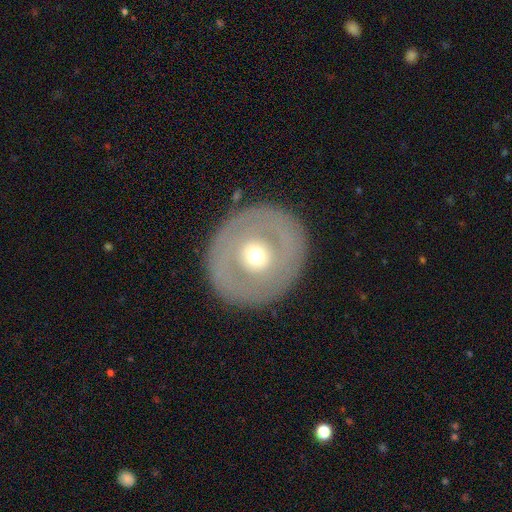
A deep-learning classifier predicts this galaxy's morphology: Smooth or featured?
  - featured or disk: 57% *
  - smooth: 37%
  - star or artifact: 6%
Edge-on disk?
  - no: 93% *
  - yes: 7%
Bar?
  - no: 80% *
  - weak: 14%
  - strong: 6%
Spiral arms?
  - no: 85% *
  - yes: 15%
Bulge size?
  - moderate: 65% *
  - small: 24%
  - large: 8%
  - dominant: 2%
  - none: 1%
Merging?
  - none: 85% *
  - minor disturbance: 8%
  - major disturbance: 5%
  - merger: 1%